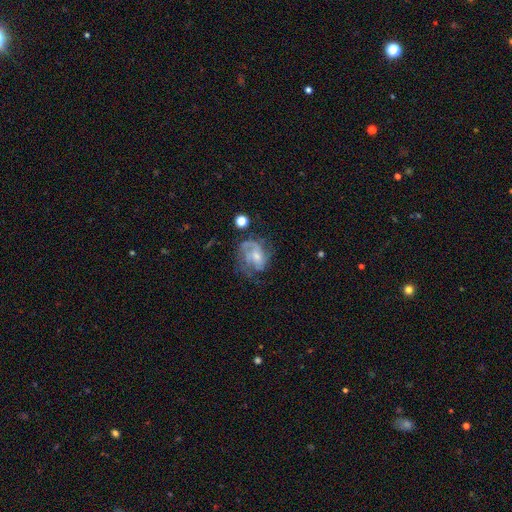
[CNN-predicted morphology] smooth_or_featured: featured or disk (p=0.78) [alt: smooth p=0.14]
disk_edge_on: no (p=0.98) [alt: yes p=0.02]
bar: no (p=0.59) [alt: weak p=0.35]
has_spiral_arms: yes (p=0.90) [alt: no p=0.10]
spiral_winding: medium (p=0.44) [alt: tight p=0.39]
spiral_arm_count: can't tell (p=0.29) [alt: 3 p=0.27]
bulge_size: small (p=0.52) [alt: moderate p=0.37]
merging: none (p=0.53) [alt: minor disturbance p=0.22]